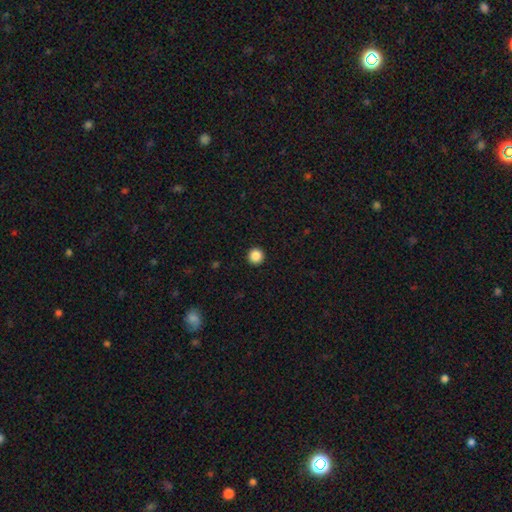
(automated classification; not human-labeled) smooth 87%, star or artifact 10%, featured or disk 3%. Down the decision tree: how rounded — round (96%); merging — none (94%).